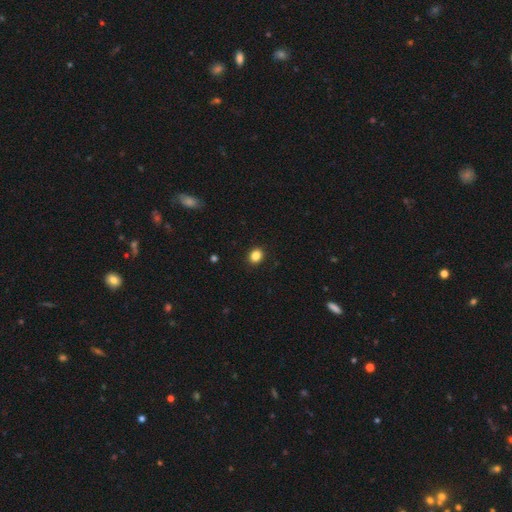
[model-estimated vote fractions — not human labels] smooth 86%, star or artifact 10%, featured or disk 4%. Down the decision tree: how rounded — round (58%); merging — none (91%).